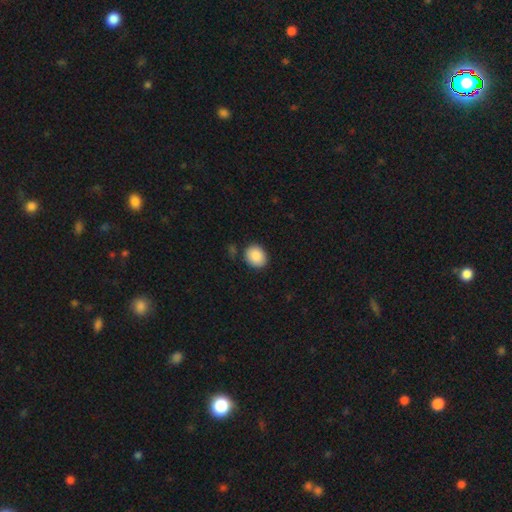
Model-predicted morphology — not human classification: A smooth galaxy with no disk features (88%) that is round (59%). Merging: none (84%).